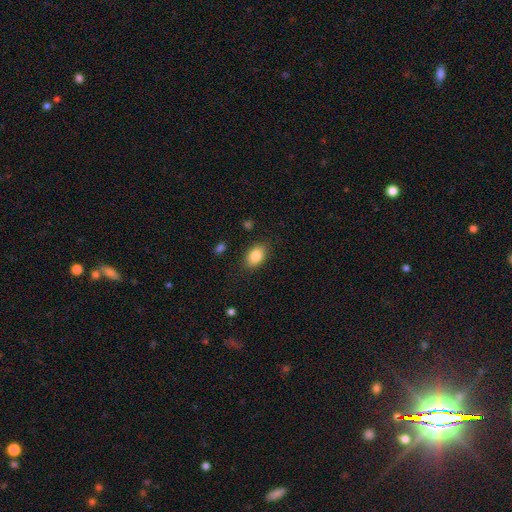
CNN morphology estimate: Smooth or featured?
  - smooth: 85% *
  - star or artifact: 8%
  - featured or disk: 8%
How rounded?
  - in between: 86% *
  - round: 13%
  - cigar-shaped: 1%
Merging?
  - none: 85% *
  - minor disturbance: 11%
  - major disturbance: 3%
  - merger: 1%